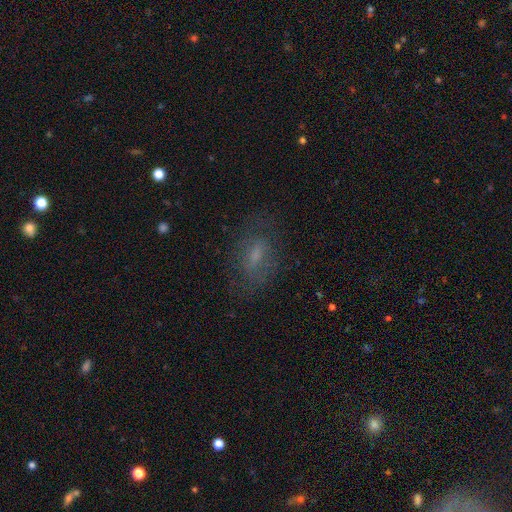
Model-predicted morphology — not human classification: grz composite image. It shows a smooth galaxy with no disk features (49%). Merging: none (69%).